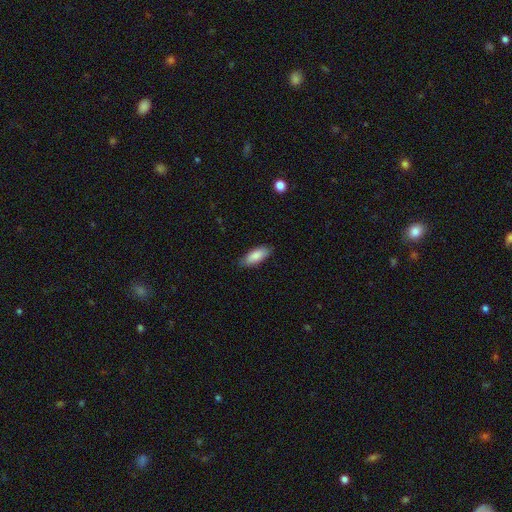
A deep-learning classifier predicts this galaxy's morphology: Overall: smooth (86%). How rounded: in between (75%). Merging: none (82%).